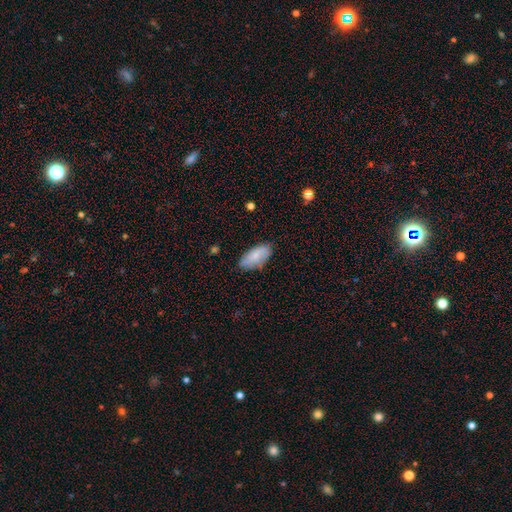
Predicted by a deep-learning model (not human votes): smooth-or-featured: smooth: 75% | featured or disk: 18% | star or artifact: 6%
  how-rounded: in between: 91% | cigar-shaped: 7% | round: 2%
  merging: none: 78% | minor disturbance: 18% | major disturbance: 3% | merger: 1%